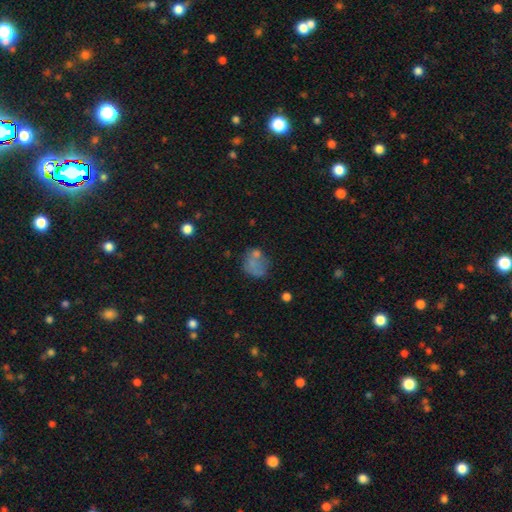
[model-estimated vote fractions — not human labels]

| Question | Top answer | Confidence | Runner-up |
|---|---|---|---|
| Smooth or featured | smooth | 54% | featured or disk (25%) |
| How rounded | round | 56% | in between (43%) |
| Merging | none | 46% | minor disturbance (20%) |